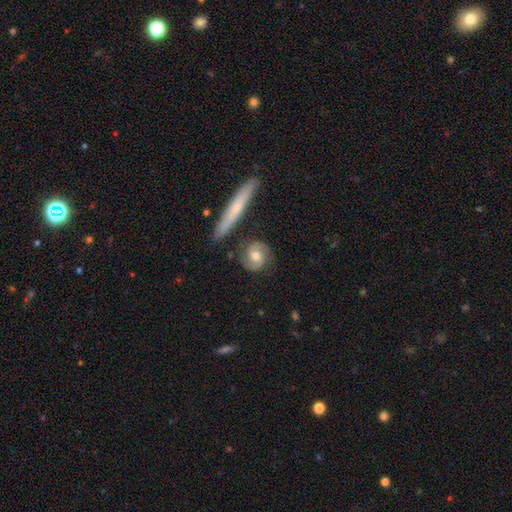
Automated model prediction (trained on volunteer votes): Smooth or featured?
  - featured or disk: 70% *
  - smooth: 24%
  - star or artifact: 6%
Edge-on disk?
  - no: 94% *
  - yes: 6%
Bar?
  - no: 62% *
  - weak: 30%
  - strong: 8%
Spiral arms?
  - yes: 92% *
  - no: 8%
Spiral winding?
  - medium: 48% *
  - tight: 37%
  - loose: 15%
Spiral arm count?
  - 2: 90% *
  - can't tell: 5%
  - 3: 1%
  - 1: 1%
  - 4: 1%
  - more than 4: 1%
Bulge size?
  - moderate: 74% *
  - small: 17%
  - large: 6%
  - none: 2%
  - dominant: 1%
Merging?
  - none: 81% *
  - minor disturbance: 12%
  - merger: 3%
  - major disturbance: 3%